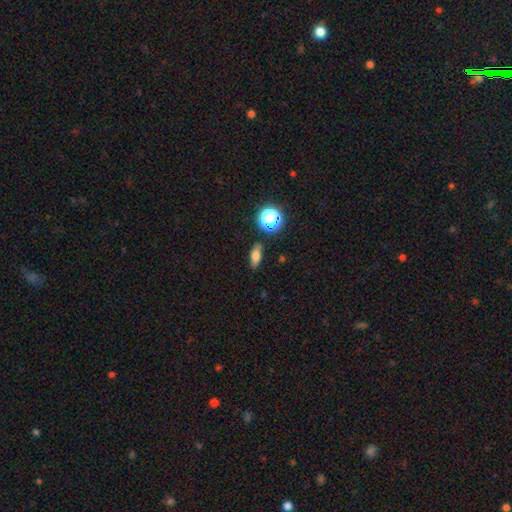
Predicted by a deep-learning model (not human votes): A smooth galaxy with no disk features (72%) that is in between round and cigar-shaped (67%). Merging: none (84%).